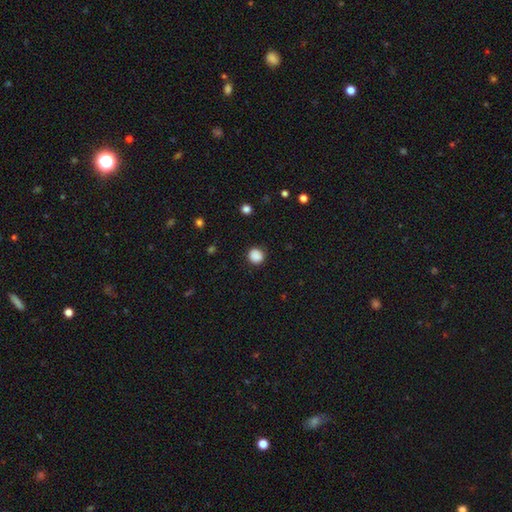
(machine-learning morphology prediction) type=smooth (87%); roundness=round (90%); merging=none (89%).